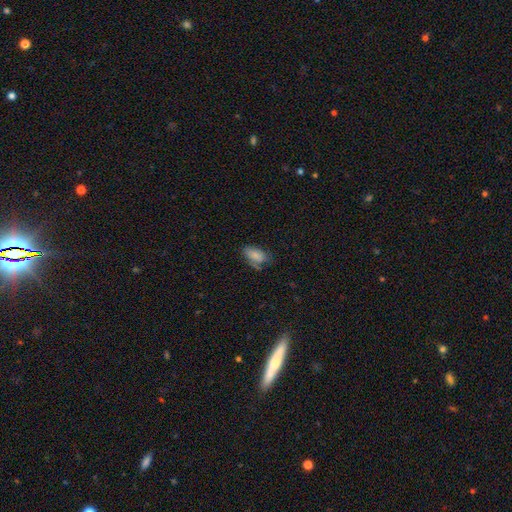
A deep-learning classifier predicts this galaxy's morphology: A smooth galaxy with no disk features (79%) that is in between round and cigar-shaped (91%).

Vote fractions:
- Smooth or featured? smooth: 79% / featured or disk: 11% / star or artifact: 9%
- How rounded? in between: 91% / round: 5% / cigar-shaped: 4%
- Merging? none: 56% / minor disturbance: 29% / major disturbance: 11% / merger: 4%